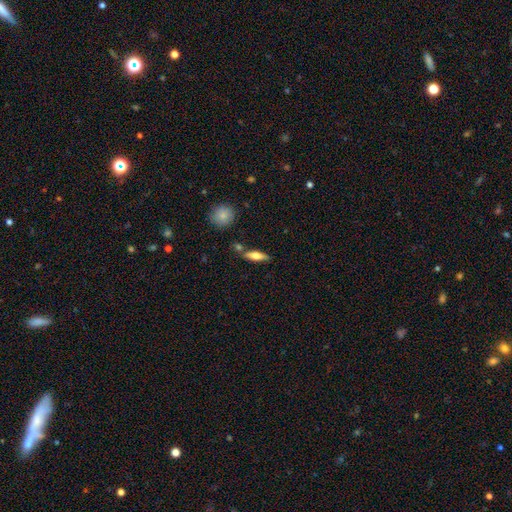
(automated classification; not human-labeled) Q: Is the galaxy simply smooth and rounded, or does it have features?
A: smooth — 56%.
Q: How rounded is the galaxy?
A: cigar-shaped — 55%.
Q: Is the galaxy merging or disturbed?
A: none — 78%.